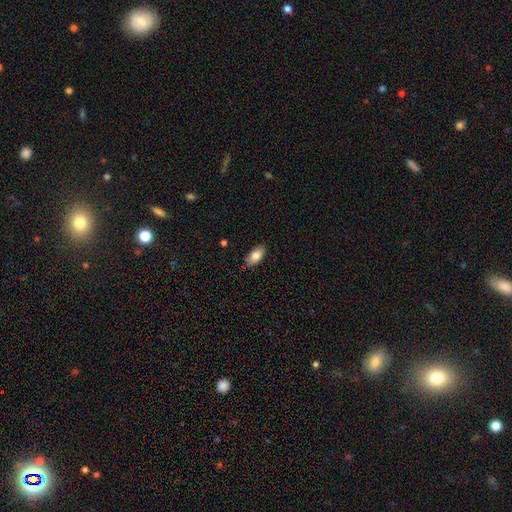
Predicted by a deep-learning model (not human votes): This appears to be a smooth galaxy with no disk features (81%) that is in between round and cigar-shaped (91%). Merging: none (86%).